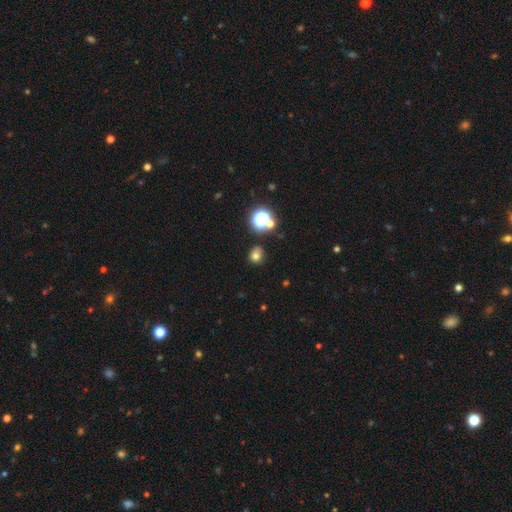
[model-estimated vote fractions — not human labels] Overall: smooth (71%). How rounded: round (73%). Merging: none (80%).